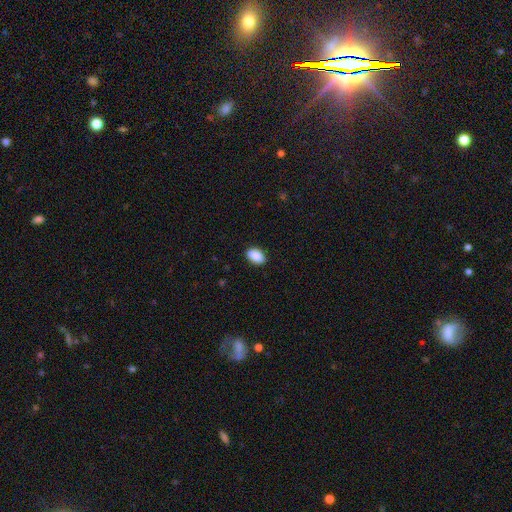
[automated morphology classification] smooth_or_featured: smooth (p=0.90) [alt: star or artifact p=0.07]
how_rounded: in between (p=0.90) [alt: round p=0.08]
merging: none (p=0.88) [alt: minor disturbance p=0.09]